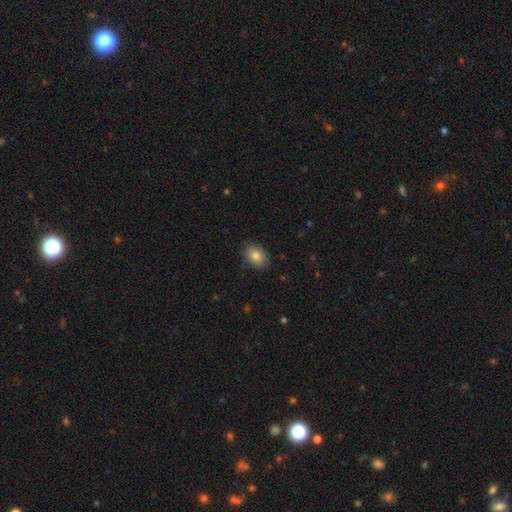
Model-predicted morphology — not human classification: This appears to be a smooth galaxy with no disk features (83%) that is in between round and cigar-shaped (84%). Merging: none (82%).